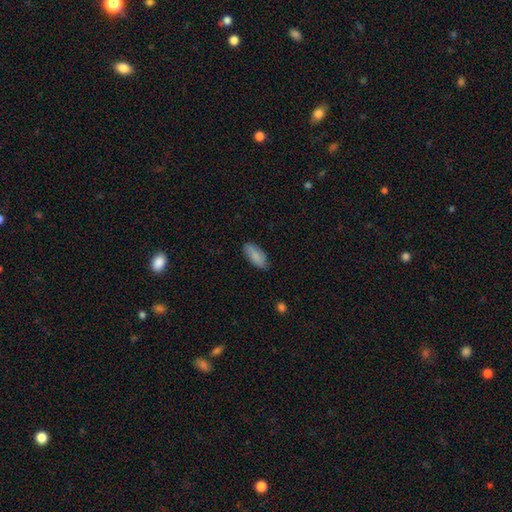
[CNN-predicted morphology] Q: Smooth or featured?
A: smooth (85%); runner-up: featured or disk (9%)
Q: How rounded?
A: in between (85%); runner-up: cigar-shaped (14%)
Q: Merging?
A: none (82%); runner-up: minor disturbance (15%)